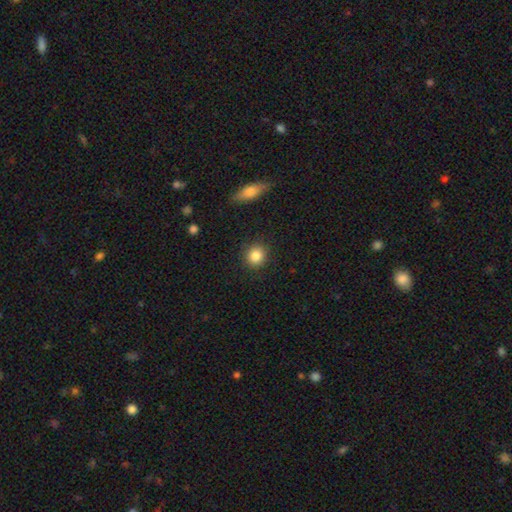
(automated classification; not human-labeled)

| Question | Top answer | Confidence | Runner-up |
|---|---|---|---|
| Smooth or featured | smooth | 86% | star or artifact (9%) |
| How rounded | round | 86% | in between (12%) |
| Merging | none | 89% | minor disturbance (7%) |